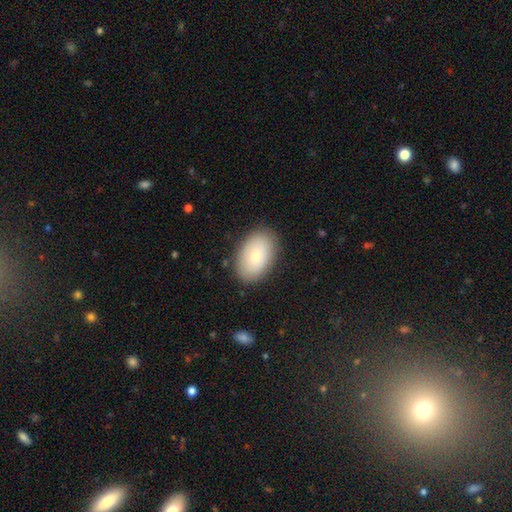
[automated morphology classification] smooth_or_featured: smooth (p=0.77) [alt: featured or disk p=0.16]
how_rounded: in between (p=0.91) [alt: round p=0.07]
merging: none (p=0.86) [alt: minor disturbance p=0.10]